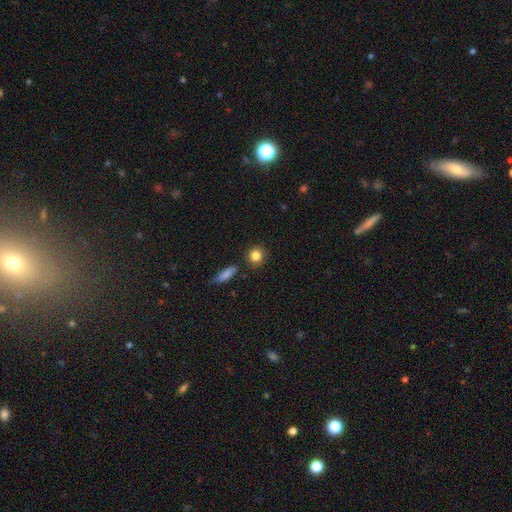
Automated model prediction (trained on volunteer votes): smooth-or-featured: smooth: 84% | star or artifact: 9% | featured or disk: 7%
  how-rounded: round: 84% | in between: 14% | cigar-shaped: 2%
  merging: none: 81% | minor disturbance: 10% | merger: 6% | major disturbance: 3%